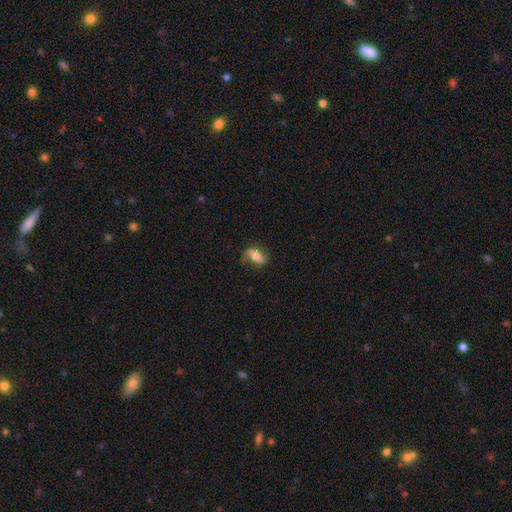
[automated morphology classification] A smooth galaxy with no disk features (48%). Merging: none (65%).